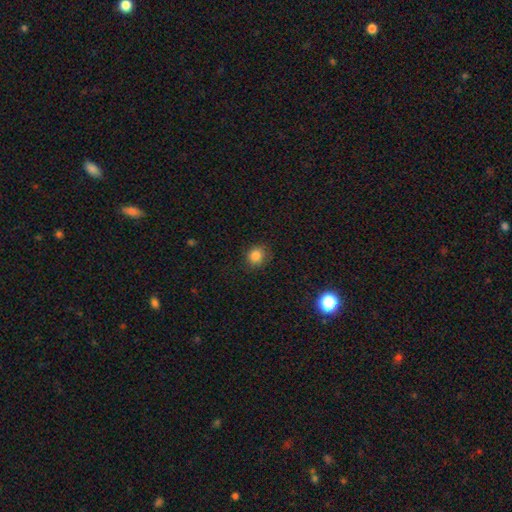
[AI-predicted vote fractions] Smooth or featured? Predicted: smooth (p=0.84). How rounded? Predicted: round (p=0.84). Merging? Predicted: none (p=0.84).